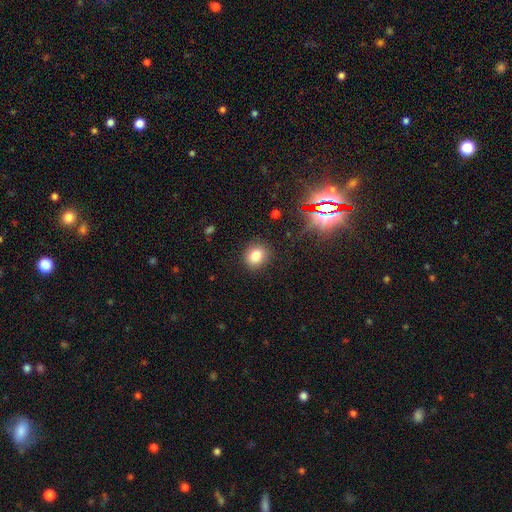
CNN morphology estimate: smooth 79%, star or artifact 14%, featured or disk 7%. Down the decision tree: how rounded — round (70%); merging — none (87%).